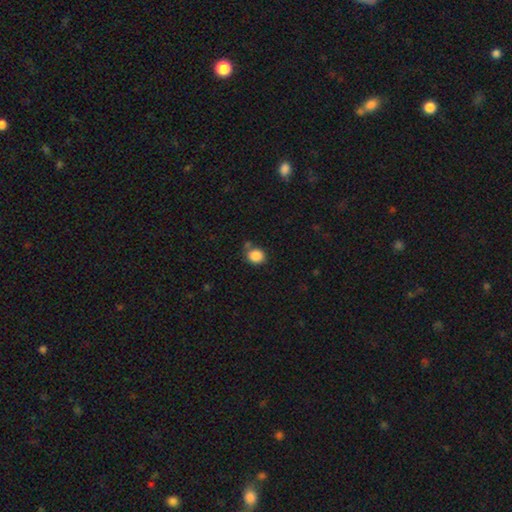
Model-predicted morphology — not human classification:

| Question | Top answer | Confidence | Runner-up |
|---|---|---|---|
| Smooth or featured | smooth | 86% | star or artifact (10%) |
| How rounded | round | 73% | in between (26%) |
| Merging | none | 70% | minor disturbance (15%) |